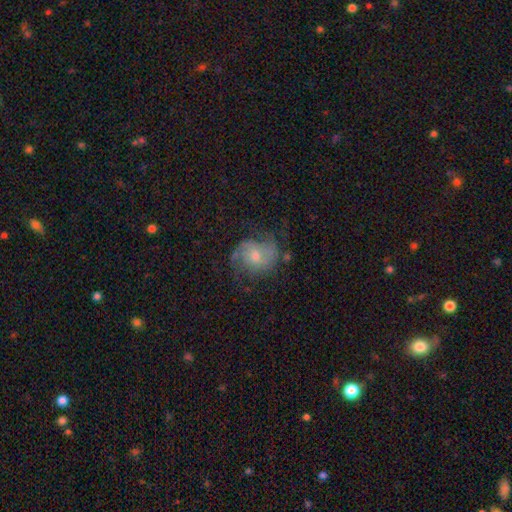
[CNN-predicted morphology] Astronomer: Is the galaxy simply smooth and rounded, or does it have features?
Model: featured or disk — 71%.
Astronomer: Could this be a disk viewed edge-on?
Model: no — 97%.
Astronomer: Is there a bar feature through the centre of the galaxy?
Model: no — 68%.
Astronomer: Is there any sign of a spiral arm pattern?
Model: yes — 89%.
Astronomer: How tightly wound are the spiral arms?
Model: medium — 46% (runner-up: loose, 27%).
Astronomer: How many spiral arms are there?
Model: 2 — 60%.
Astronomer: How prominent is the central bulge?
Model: moderate — 52% (runner-up: small, 40%).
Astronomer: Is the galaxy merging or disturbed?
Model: none — 58%.